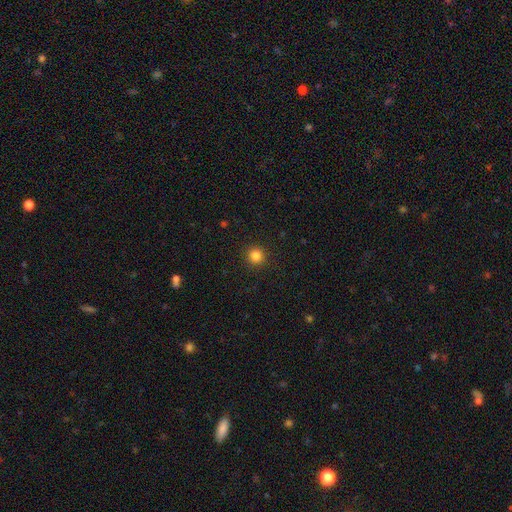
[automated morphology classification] smooth-or-featured: smooth: 84% | star or artifact: 12% | featured or disk: 4%
  how-rounded: round: 94% | in between: 6% | cigar-shaped: 1%
  merging: none: 92% | minor disturbance: 5% | major disturbance: 2% | merger: 1%